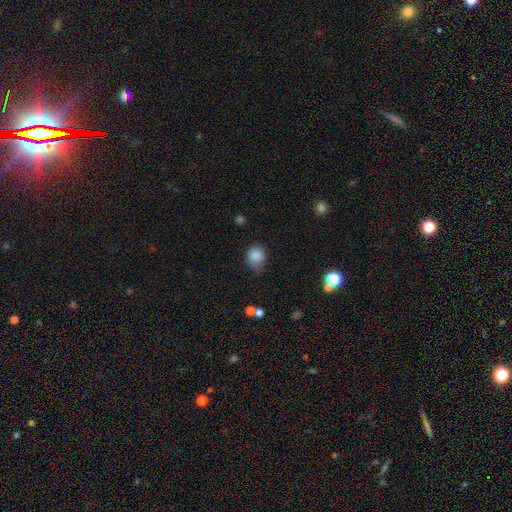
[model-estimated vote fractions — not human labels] smooth-or-featured: smooth: 85% | star or artifact: 10% | featured or disk: 5%
  how-rounded: round: 70% | in between: 29% | cigar-shaped: 1%
  merging: none: 55% | minor disturbance: 34% | major disturbance: 8% | merger: 2%